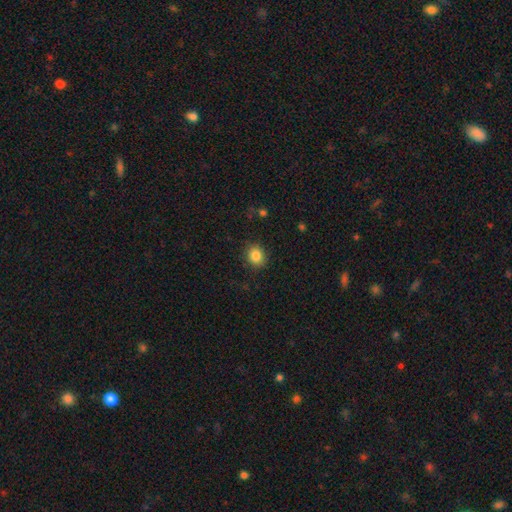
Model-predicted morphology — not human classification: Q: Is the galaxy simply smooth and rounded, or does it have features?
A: smooth — 85%.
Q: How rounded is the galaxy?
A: round — 70%.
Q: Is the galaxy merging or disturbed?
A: none — 88%.